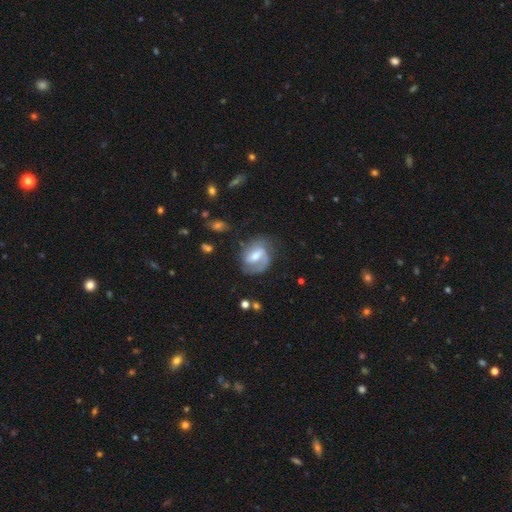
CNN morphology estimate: A featured or disk galaxy (72%) with a weak bar (50%), 2 (54%) medium (44%) spiral arms (87%) and a moderate central bulge (62%).

Vote fractions:
- Smooth or featured? featured or disk: 72% / smooth: 21% / star or artifact: 7%
- Edge-on disk? no: 96% / yes: 4%
- Bar? weak: 50% / strong: 30% / no: 20%
- Spiral arms? yes: 87% / no: 13%
- Spiral winding? medium: 44% / tight: 31% / loose: 25%
- Spiral arm count? 2: 54% / 1: 29% / can't tell: 12% / 3: 3% / 4: 1% / more than 4: 1%
- Bulge size? moderate: 62% / small: 26% / large: 8% / none: 2% / dominant: 1%
- Merging? none: 61% / minor disturbance: 23% / major disturbance: 14% / merger: 2%